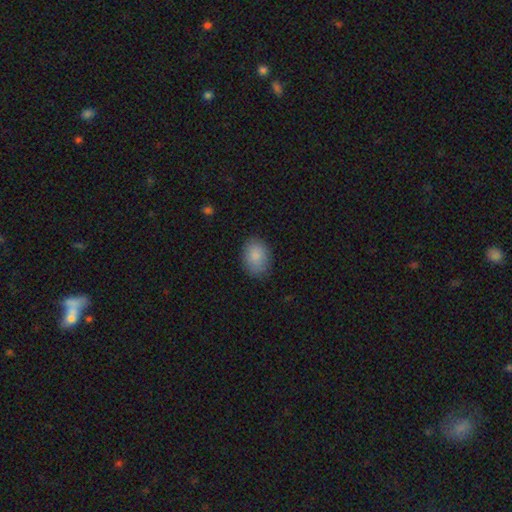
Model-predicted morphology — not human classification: smooth-or-featured: smooth: 87% | star or artifact: 7% | featured or disk: 6%
  how-rounded: in between: 72% | round: 27% | cigar-shaped: 1%
  merging: none: 82% | minor disturbance: 13% | major disturbance: 3% | merger: 1%